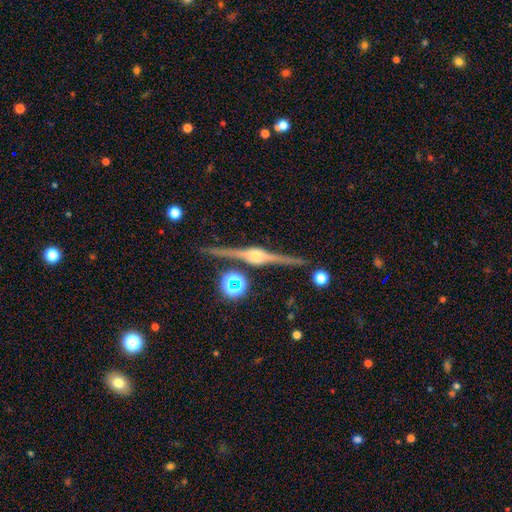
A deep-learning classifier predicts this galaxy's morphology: smooth-or-featured: featured or disk: 89% | star or artifact: 6% | smooth: 4%
  disk-edge-on: yes: 98% | no: 2%
    edge-on-bulge: rounded: 86% | boxy: 11% | none: 2%
  merging: none: 88% | minor disturbance: 8% | merger: 3% | major disturbance: 2%